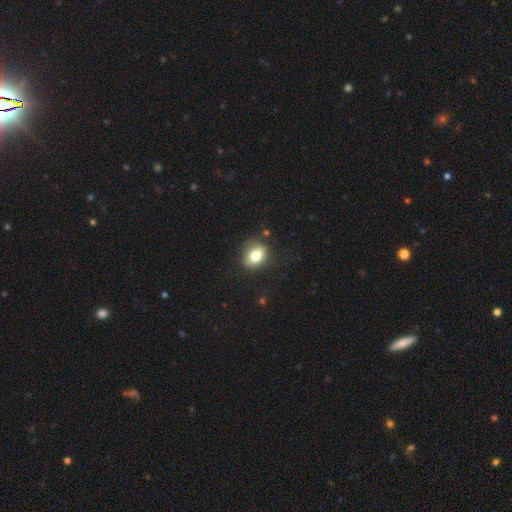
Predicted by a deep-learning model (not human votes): A smooth galaxy with no disk features (78%) that is in between round and cigar-shaped (59%).

Vote fractions:
- Smooth or featured? smooth: 78% / featured or disk: 12% / star or artifact: 10%
- How rounded? in between: 59% / round: 40% / cigar-shaped: 1%
- Merging? none: 80% / minor disturbance: 14% / major disturbance: 4% / merger: 2%